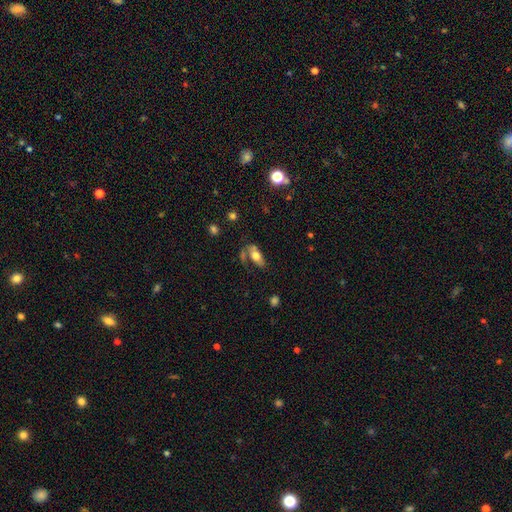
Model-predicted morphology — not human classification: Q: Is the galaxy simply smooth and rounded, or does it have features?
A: smooth — 65%.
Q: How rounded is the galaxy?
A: in between — 84%.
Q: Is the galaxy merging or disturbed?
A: none — 48%.